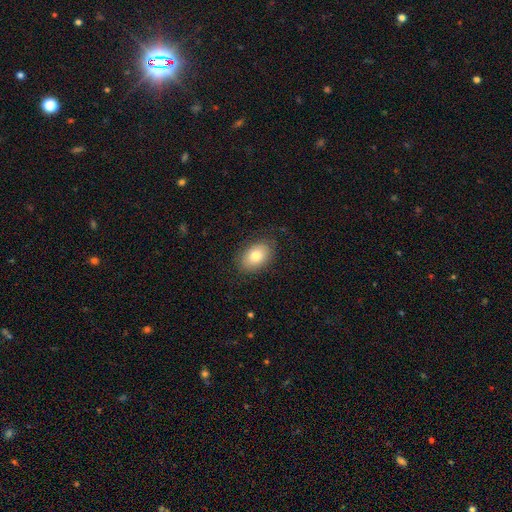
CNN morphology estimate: Smooth or featured? Predicted: smooth (p=0.78). How rounded? Predicted: in between (p=0.86). Merging? Predicted: none (p=0.83).